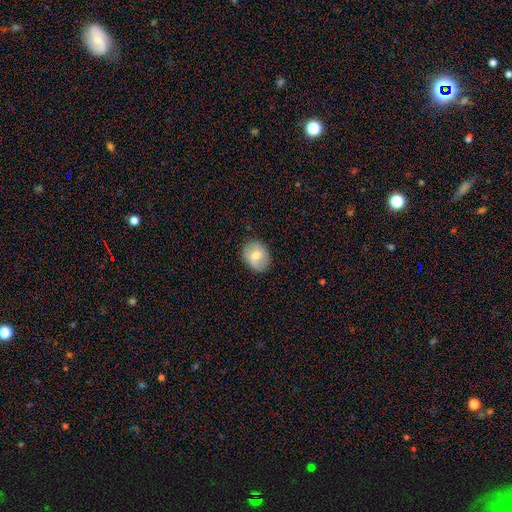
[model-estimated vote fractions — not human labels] Morphology: type=smooth (71%); roundness=in between (54%); merging=none (82%).